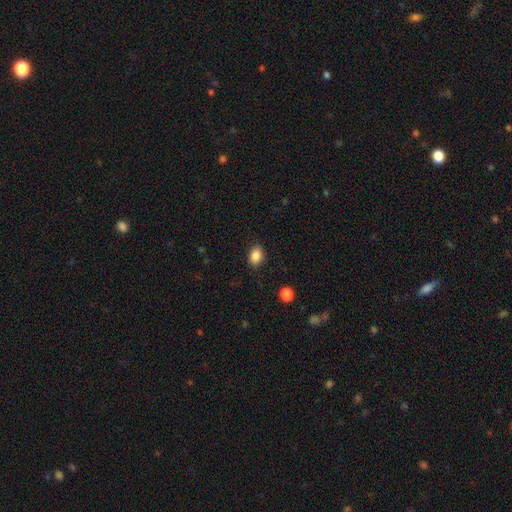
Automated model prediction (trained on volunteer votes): smooth_or_featured: smooth (p=0.87) [alt: star or artifact p=0.09]
how_rounded: in between (p=0.80) [alt: round p=0.19]
merging: none (p=0.88) [alt: minor disturbance p=0.09]